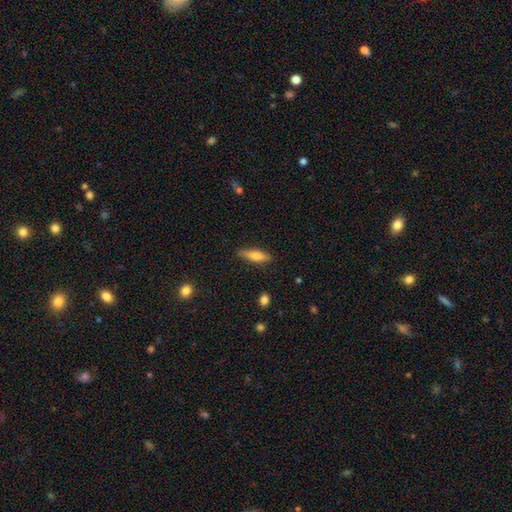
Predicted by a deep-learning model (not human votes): smooth 69%, featured or disk 24%, star or artifact 7%. Down the decision tree: how rounded — cigar-shaped (65%); merging — none (85%).